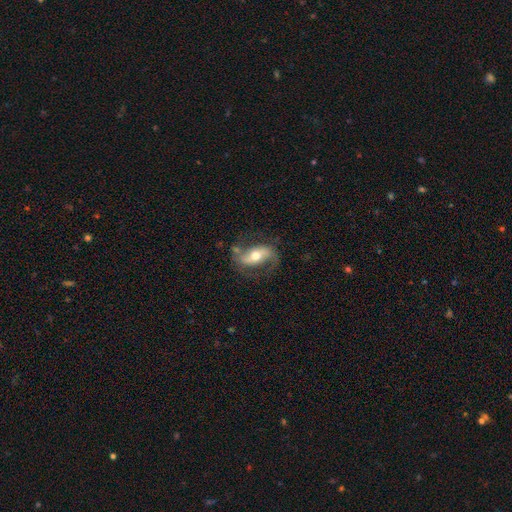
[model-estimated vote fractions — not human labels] smooth_or_featured: featured or disk (p=0.70) [alt: smooth p=0.24]
disk_edge_on: no (p=0.90) [alt: yes p=0.10]
bar: strong (p=0.40) [alt: no p=0.31]
has_spiral_arms: yes (p=0.83) [alt: no p=0.17]
spiral_winding: loose (p=0.49) [alt: medium p=0.38]
spiral_arm_count: 2 (p=0.85) [alt: 1 p=0.06]
bulge_size: moderate (p=0.70) [alt: small p=0.19]
merging: none (p=0.65) [alt: minor disturbance p=0.19]